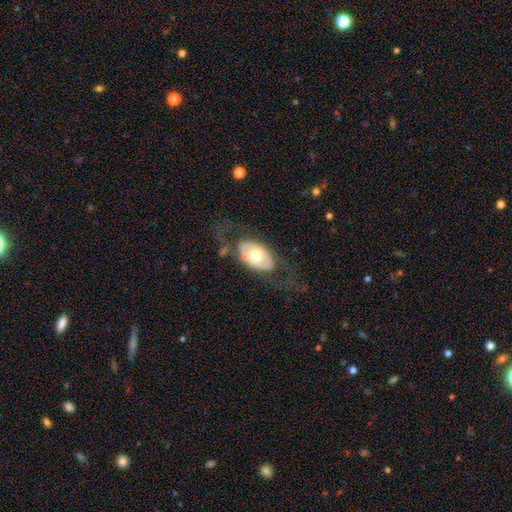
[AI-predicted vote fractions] A featured or disk galaxy (54%).

Vote fractions:
- Smooth or featured? featured or disk: 54% / smooth: 41% / star or artifact: 5%
- Edge-on disk? no: 88% / yes: 12%
- Merging? none: 64% / major disturbance: 17% / minor disturbance: 16% / merger: 3%